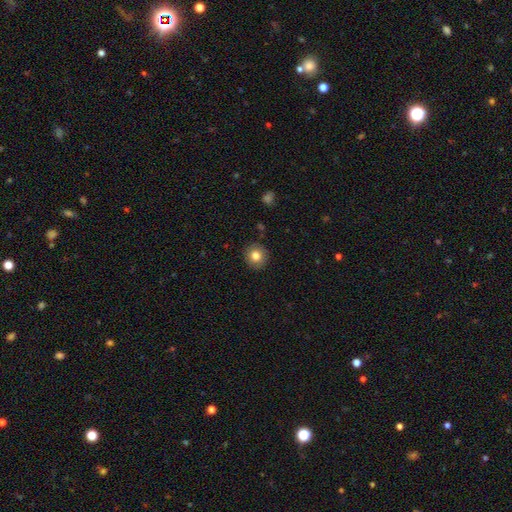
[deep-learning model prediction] A smooth galaxy with no disk features (81%) that is round (90%).

Vote fractions:
- Smooth or featured? smooth: 81% / star or artifact: 10% / featured or disk: 9%
- How rounded? round: 90% / in between: 9% / cigar-shaped: 1%
- Merging? none: 90% / minor disturbance: 7% / major disturbance: 2% / merger: 1%